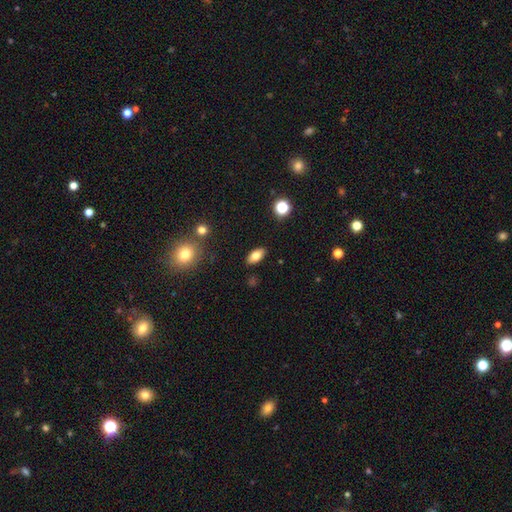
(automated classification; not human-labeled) Smooth or featured: smooth — 76% (featured or disk — 15%)
How rounded: in between — 90% (cigar-shaped — 6%)
Merging: none — 87% (minor disturbance — 9%)